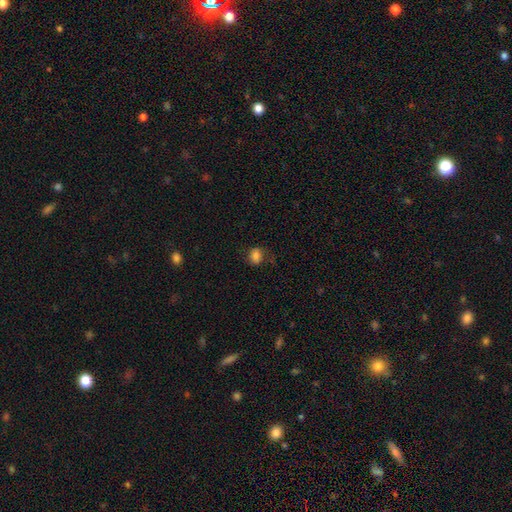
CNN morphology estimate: The model was most divided on "how rounded": in between: 51%, round: 48%, cigar-shaped: 1%. More confident: smooth or featured — smooth (81%); merging — none (71%).